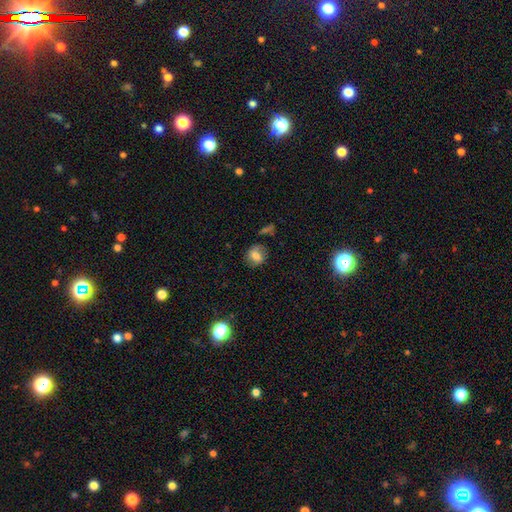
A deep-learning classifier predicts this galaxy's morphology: Overall: smooth (70%). How rounded: round (66%; in between 33%). Merging: none (75%).